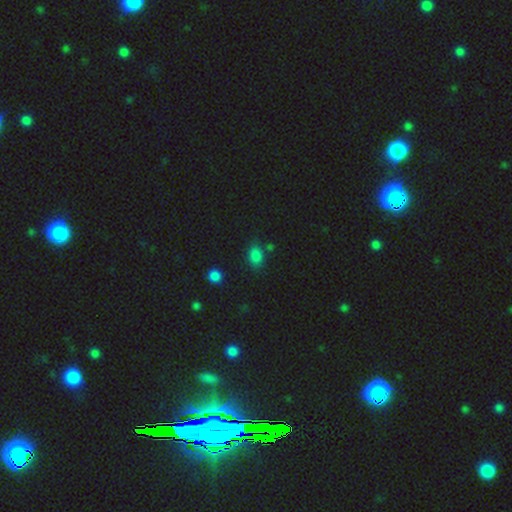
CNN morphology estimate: Smooth or featured: smooth — 79% (star or artifact — 16%)
How rounded: in between — 70% (round — 29%)
Merging: none — 75% (minor disturbance — 15%)